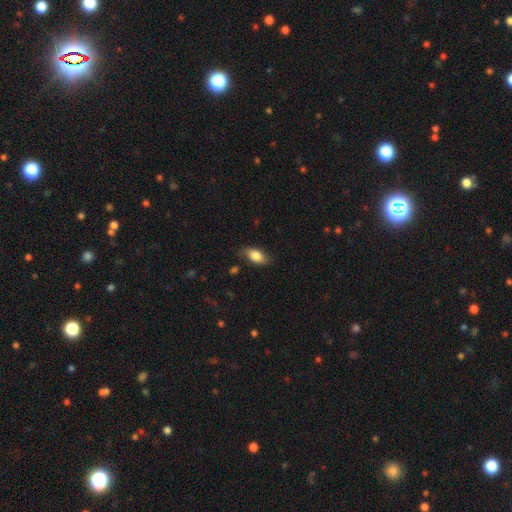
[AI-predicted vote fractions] A smooth galaxy with no disk features (79%) that is in between round and cigar-shaped (88%). Merging: none (78%).